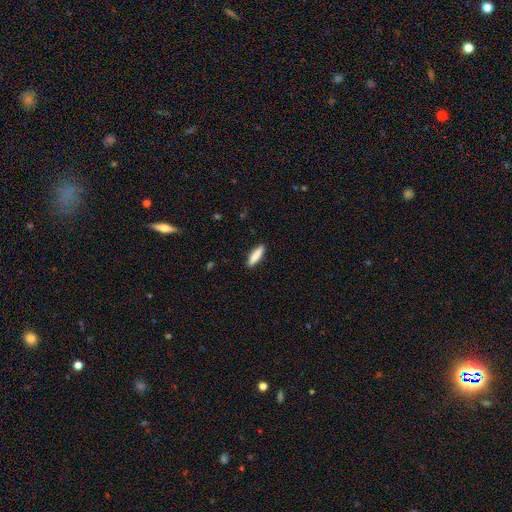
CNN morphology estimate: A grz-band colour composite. It shows a smooth galaxy with no disk features (84%) that is cigar-shaped (73%). Merging: none (90%).